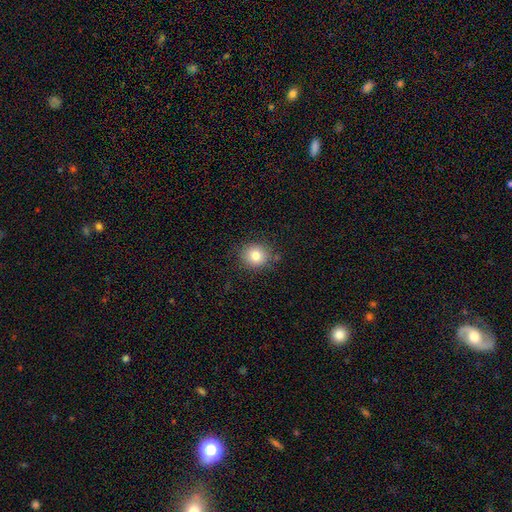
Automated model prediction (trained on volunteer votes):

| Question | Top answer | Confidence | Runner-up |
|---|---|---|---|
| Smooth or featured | smooth | 80% | star or artifact (11%) |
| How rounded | round | 87% | in between (12%) |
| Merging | none | 85% | minor disturbance (10%) |